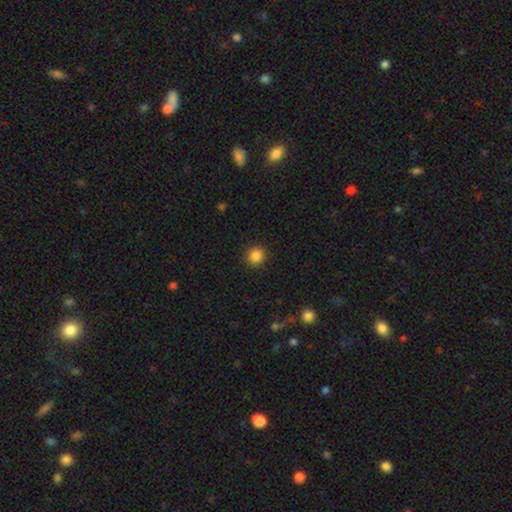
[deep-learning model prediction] Smooth or featured?
  - smooth: 85% *
  - star or artifact: 11%
  - featured or disk: 4%
How rounded?
  - round: 91% *
  - in between: 8%
  - cigar-shaped: 1%
Merging?
  - none: 91% *
  - minor disturbance: 6%
  - major disturbance: 2%
  - merger: 1%